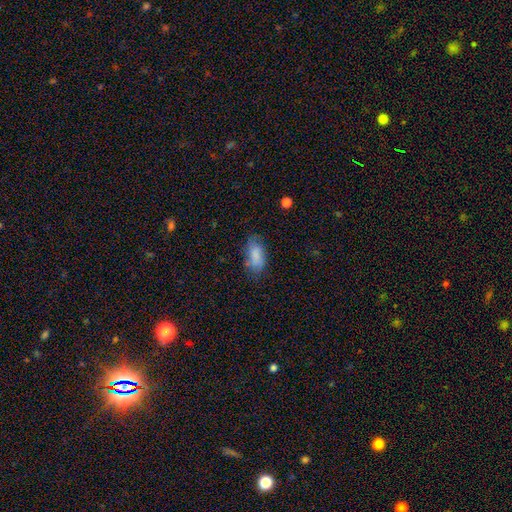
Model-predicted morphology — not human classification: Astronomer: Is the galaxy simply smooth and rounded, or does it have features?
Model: smooth — 81%.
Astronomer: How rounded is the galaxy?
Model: in between — 91%.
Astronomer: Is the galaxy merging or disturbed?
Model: none — 63%.